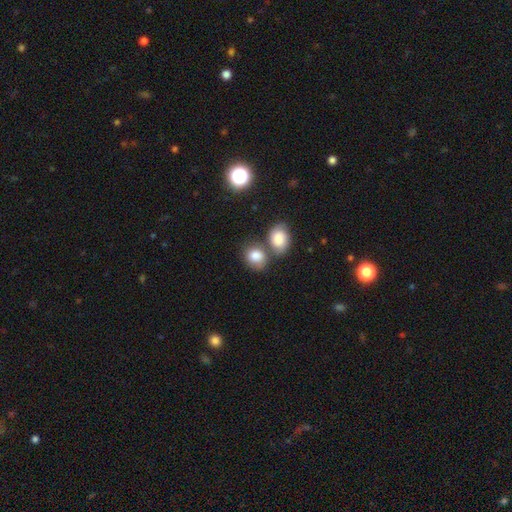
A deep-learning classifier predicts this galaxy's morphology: Smooth or featured? smooth (81%)
How rounded? in between (49%, tied with round)
Merging? merger (41%, tied with none)